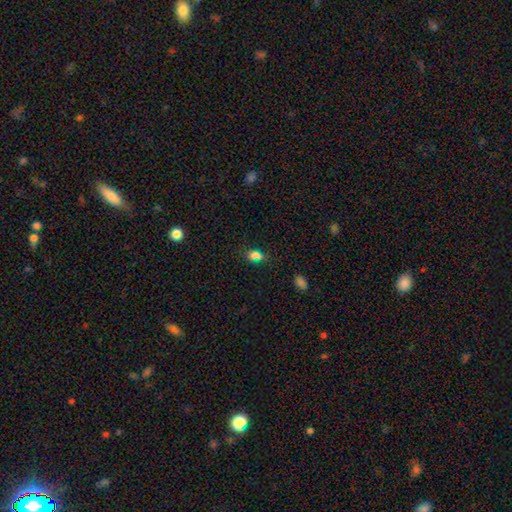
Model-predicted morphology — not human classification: A smooth galaxy with no disk features (67%) that is in between round and cigar-shaped (63%).

Vote fractions:
- Smooth or featured? smooth: 67% / star or artifact: 26% / featured or disk: 7%
- How rounded? in between: 63% / round: 32% / cigar-shaped: 5%
- Merging? none: 70% / minor disturbance: 15% / merger: 9% / major disturbance: 6%